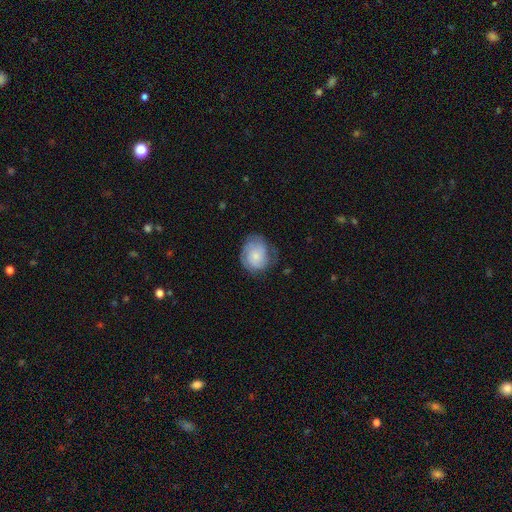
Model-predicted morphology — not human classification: type=smooth (54%); roundness=round (66%); merging=none (58%).